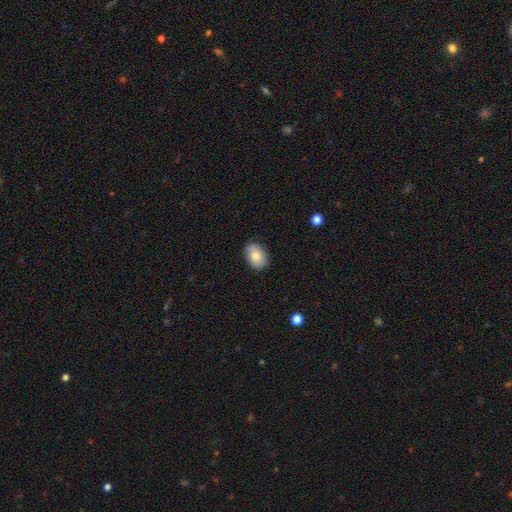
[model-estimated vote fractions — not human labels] Morphology: type=smooth (80%); roundness=in between (80%); merging=none (86%).